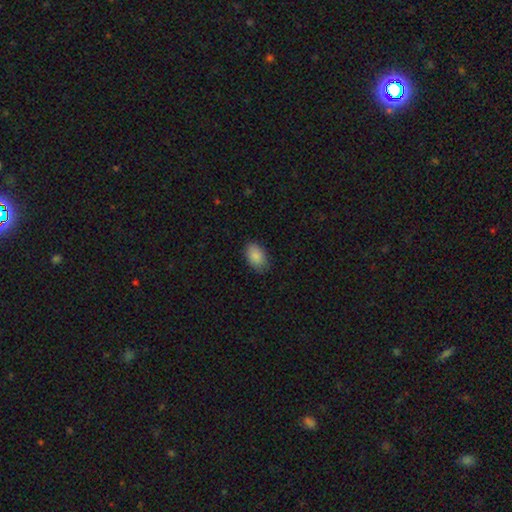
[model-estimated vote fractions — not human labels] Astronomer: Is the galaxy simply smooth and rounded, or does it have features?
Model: smooth — 88%.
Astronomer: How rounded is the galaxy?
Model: in between — 90%.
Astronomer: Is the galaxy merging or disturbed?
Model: none — 84%.